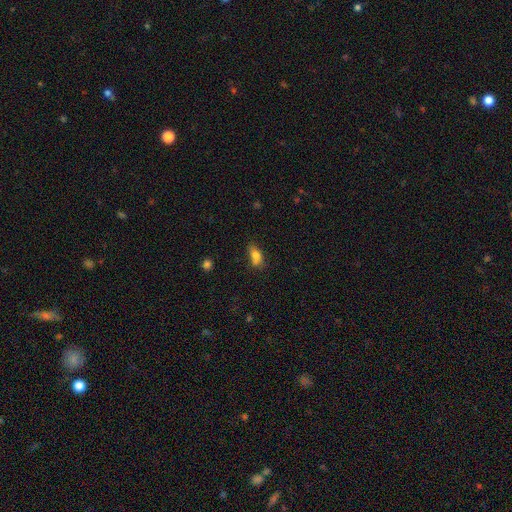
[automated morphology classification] smooth-or-featured: smooth: 78% | featured or disk: 12% | star or artifact: 10%
  how-rounded: in between: 82% | cigar-shaped: 11% | round: 8%
  merging: none: 53% | minor disturbance: 27% | merger: 11% | major disturbance: 9%